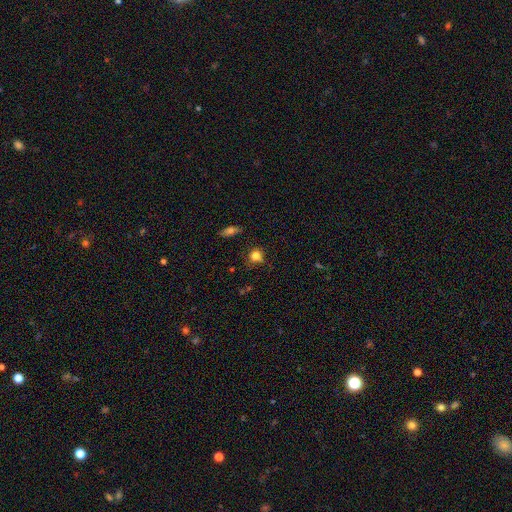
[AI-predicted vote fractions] smooth_or_featured: smooth (p=0.80) [alt: star or artifact p=0.12]
how_rounded: round (p=0.69) [alt: in between p=0.29]
merging: none (p=0.64) [alt: minor disturbance p=0.25]